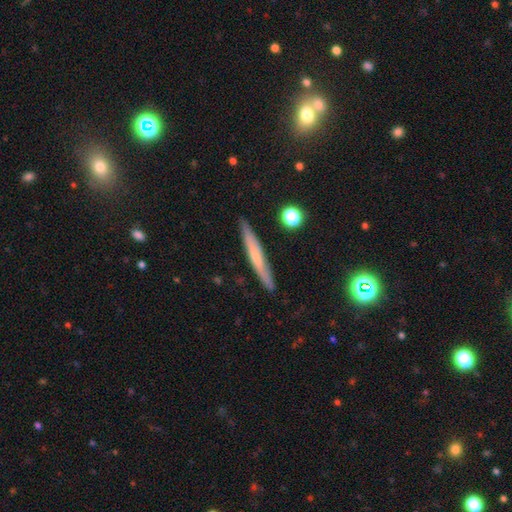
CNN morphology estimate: The model was most divided on "smooth or featured": smooth: 48%, featured or disk: 44%, star or artifact: 8%. More confident: merging — none (88%).